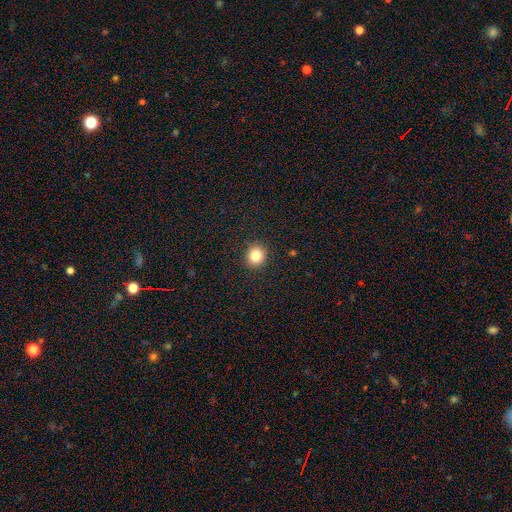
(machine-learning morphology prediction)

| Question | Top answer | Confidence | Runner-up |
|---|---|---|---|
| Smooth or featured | smooth | 83% | star or artifact (11%) |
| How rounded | round | 84% | in between (15%) |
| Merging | none | 91% | minor disturbance (6%) |